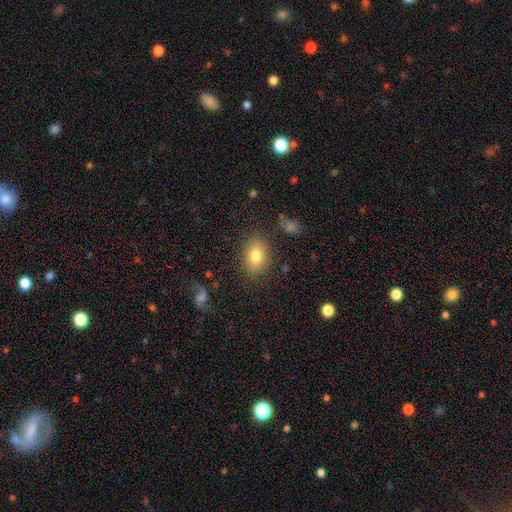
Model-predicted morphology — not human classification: smooth 79%, featured or disk 12%, star or artifact 9%. Down the decision tree: how rounded — in between (75%); merging — none (83%).